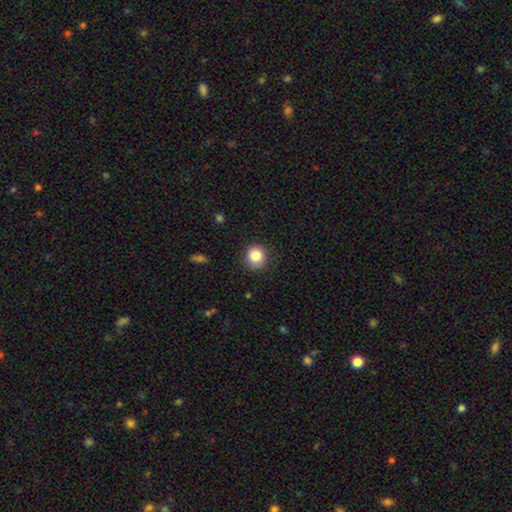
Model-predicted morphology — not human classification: Smooth or featured? Predicted: smooth (p=0.86). How rounded? Predicted: round (p=0.88). Merging? Predicted: none (p=0.86).